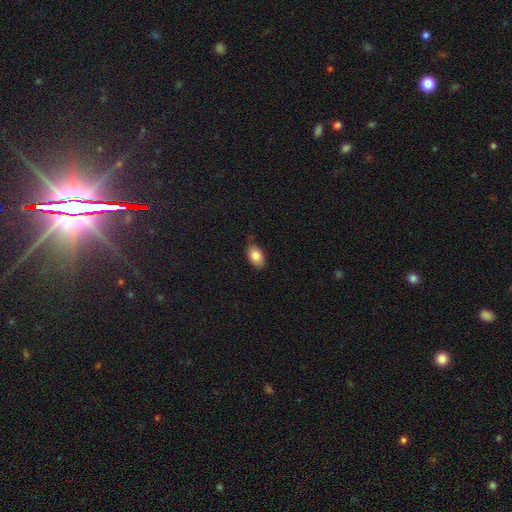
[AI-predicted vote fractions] Smooth or featured? Predicted: smooth (p=0.83). How rounded? Predicted: in between (p=0.89). Merging? Predicted: none (p=0.72).